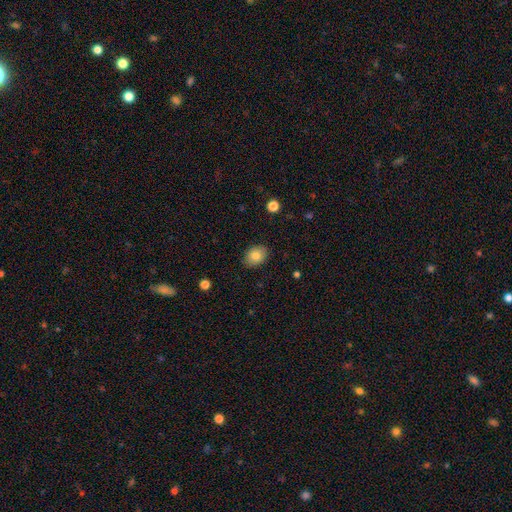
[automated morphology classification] smooth 82%, featured or disk 9%, star or artifact 8%. Down the decision tree: how rounded — in between (68%); merging — none (87%).